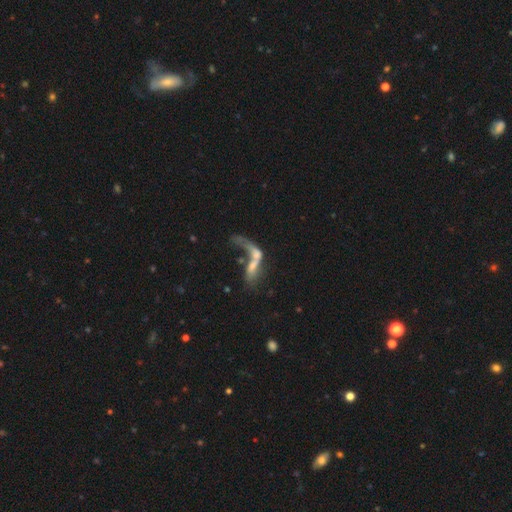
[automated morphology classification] smooth_or_featured: featured or disk (p=0.53) [alt: smooth p=0.34]
disk_edge_on: no (p=0.83) [alt: yes p=0.17]
merging: merger (p=0.51) [alt: major disturbance p=0.28]